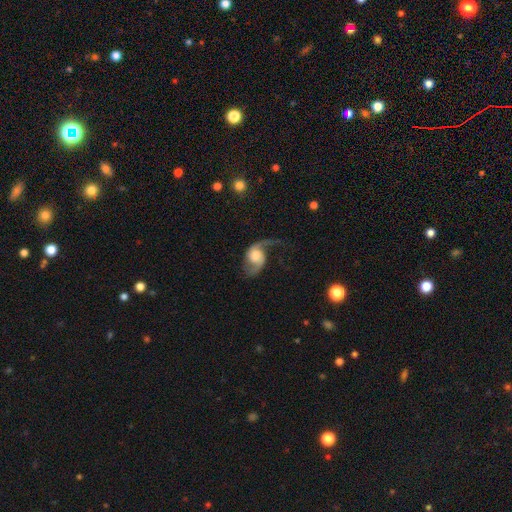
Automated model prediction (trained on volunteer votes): Q: Smooth or featured?
A: featured or disk (82%); runner-up: smooth (12%)
Q: Edge-on disk?
A: no (97%); runner-up: yes (3%)
Q: Bar?
A: no (65%); runner-up: weak (29%)
Q: Spiral arms?
A: yes (96%); runner-up: no (4%)
Q: Spiral winding?
A: loose (69%); runner-up: medium (25%)
Q: Spiral arm count?
A: 2 (78%); runner-up: 1 (17%)
Q: Bulge size?
A: large (36%); runner-up: moderate (35%)
Q: Merging?
A: none (48%); runner-up: major disturbance (28%)